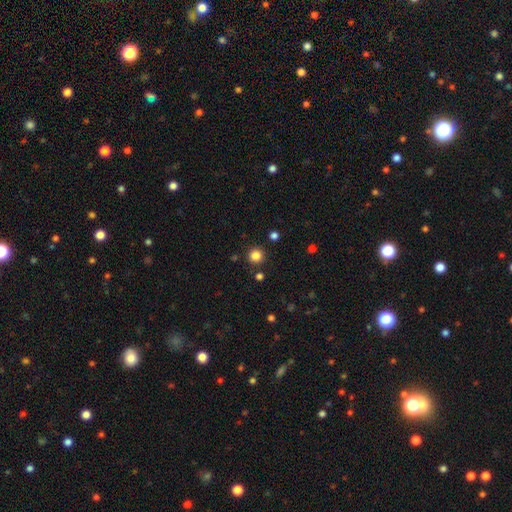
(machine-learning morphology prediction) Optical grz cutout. It shows a smooth galaxy with no disk features (84%) that is round (95%). Merging: none (90%).